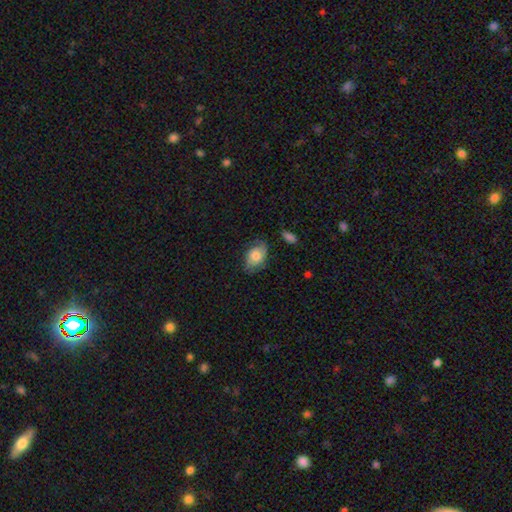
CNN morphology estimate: A smooth galaxy with no disk features (66%) that is in between round and cigar-shaped (84%).

Vote fractions:
- Smooth or featured? smooth: 66% / featured or disk: 27% / star or artifact: 8%
- How rounded? in between: 84% / round: 14% / cigar-shaped: 1%
- Merging? none: 66% / minor disturbance: 25% / major disturbance: 7% / merger: 2%